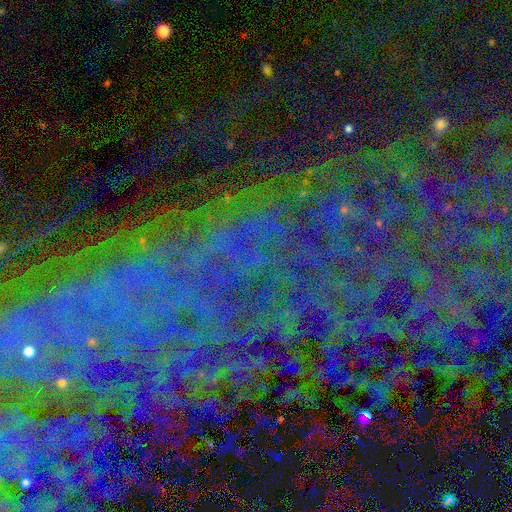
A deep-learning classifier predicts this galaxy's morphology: This appears to be a star or artifact, not a galaxy (78%).